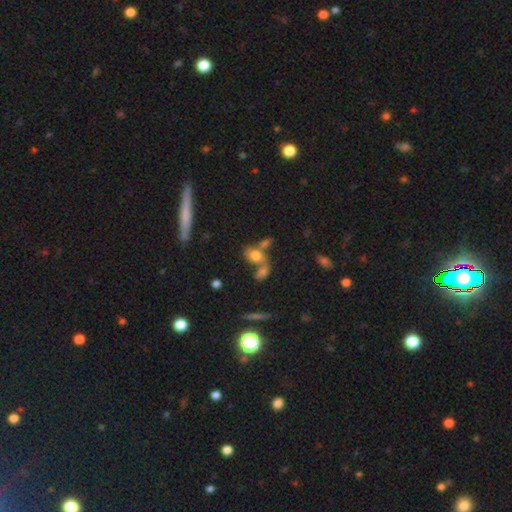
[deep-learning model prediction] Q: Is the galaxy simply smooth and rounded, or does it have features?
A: smooth — 71%.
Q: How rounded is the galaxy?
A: in between — 76%.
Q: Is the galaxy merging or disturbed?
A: merger — 49%.